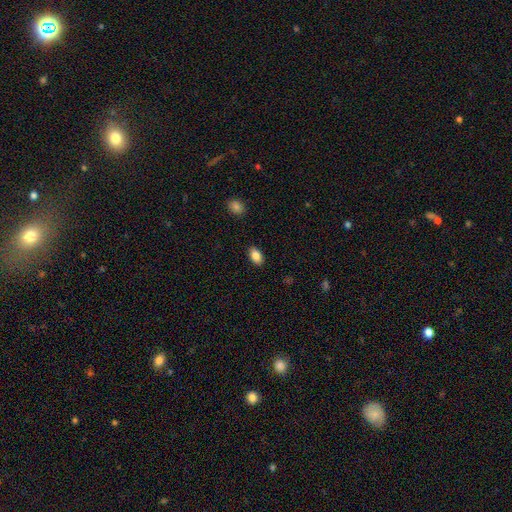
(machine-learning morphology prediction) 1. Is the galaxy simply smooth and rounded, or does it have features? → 87% smooth, 8% star or artifact, 5% featured or disk.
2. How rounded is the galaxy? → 92% in between, 6% round, 2% cigar-shaped.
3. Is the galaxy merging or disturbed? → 89% none, 8% minor disturbance, 2% major disturbance, 1% merger.